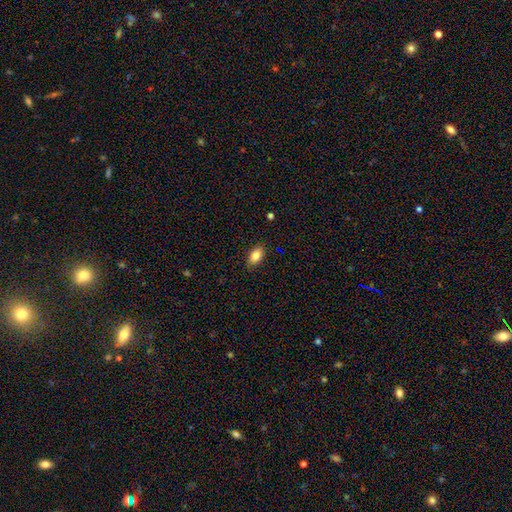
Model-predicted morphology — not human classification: smooth_or_featured: smooth (p=0.84) [alt: featured or disk p=0.08]
how_rounded: in between (p=0.90) [alt: round p=0.05]
merging: none (p=0.87) [alt: minor disturbance p=0.09]